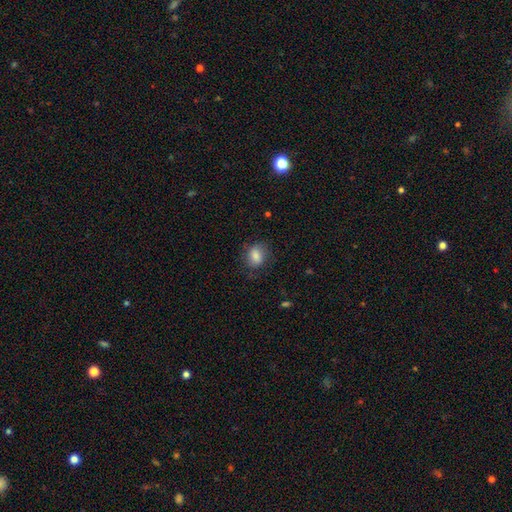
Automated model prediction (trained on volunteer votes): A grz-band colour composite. It shows a smooth galaxy with no disk features (82%) that is in between round and cigar-shaped (57%). Merging: none (73%).